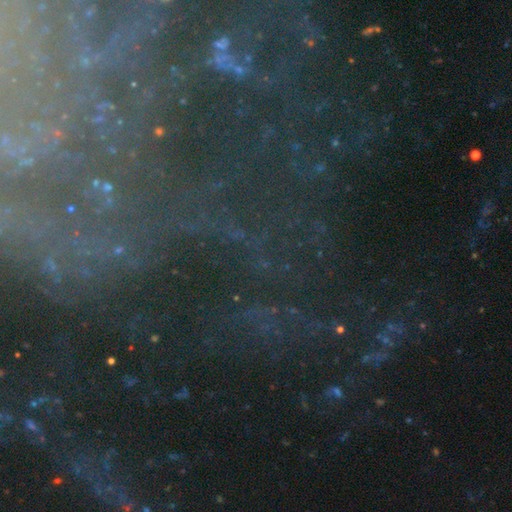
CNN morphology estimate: Smooth or featured: star or artifact — 63% (featured or disk — 26%)